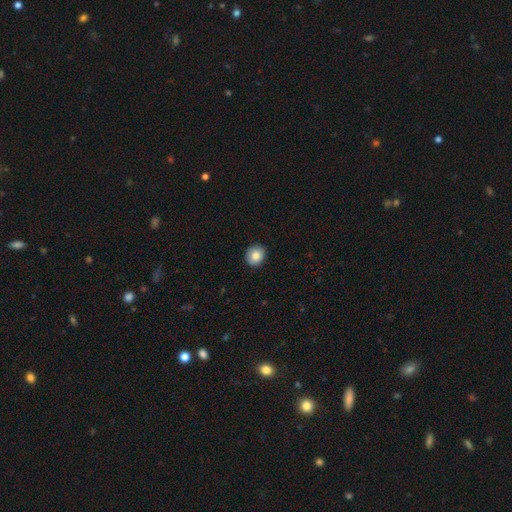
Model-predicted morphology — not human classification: type=smooth (83%); roundness=round (82%); merging=none (88%).